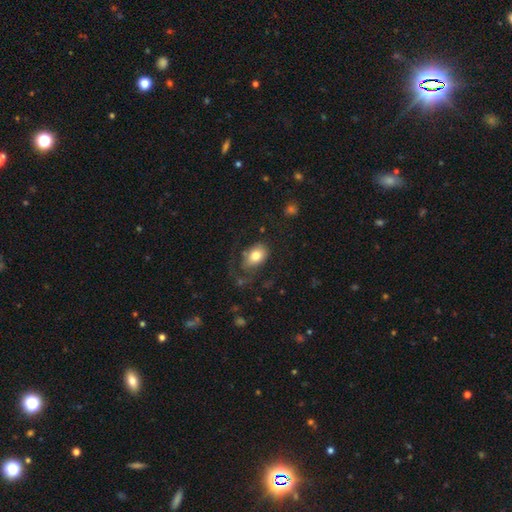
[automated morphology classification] smooth-or-featured: smooth: 75% | featured or disk: 18% | star or artifact: 8%
  how-rounded: in between: 83% | round: 15% | cigar-shaped: 1%
  merging: none: 46% | major disturbance: 28% | minor disturbance: 23% | merger: 3%